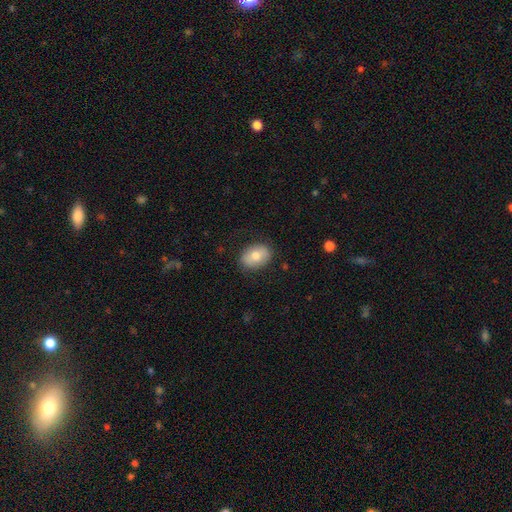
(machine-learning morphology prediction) type=smooth (74%); roundness=in between (72%); merging=none (84%).